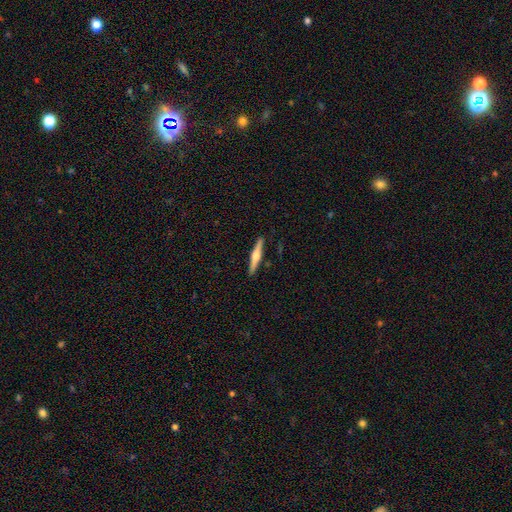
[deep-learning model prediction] This appears to be a featured or disk galaxy (65%) viewed edge-on (98%) with a rounded central bulge (87%). Merging: none (91%).